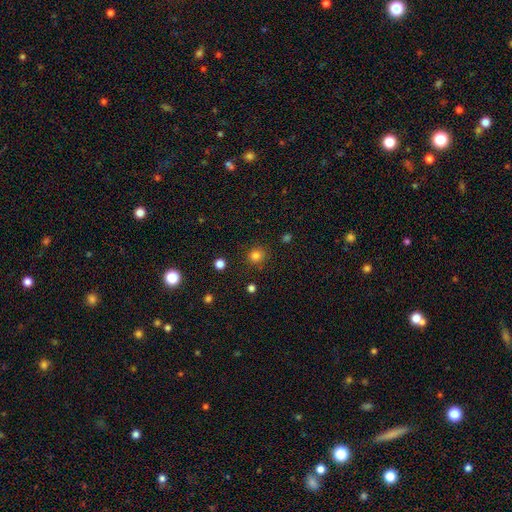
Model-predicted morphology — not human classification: Q: Smooth or featured?
A: smooth (81%); runner-up: star or artifact (14%)
Q: How rounded?
A: round (89%); runner-up: in between (10%)
Q: Merging?
A: none (87%); runner-up: minor disturbance (8%)